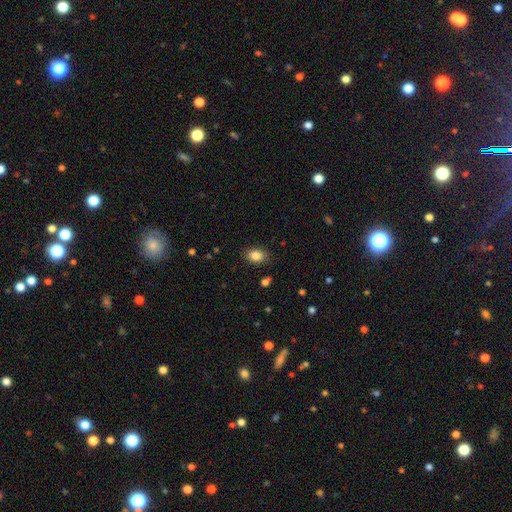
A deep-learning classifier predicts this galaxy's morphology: This is clearly a smooth galaxy (85%). How rounded: likely in between (73%). Merging: clearly none (84%).